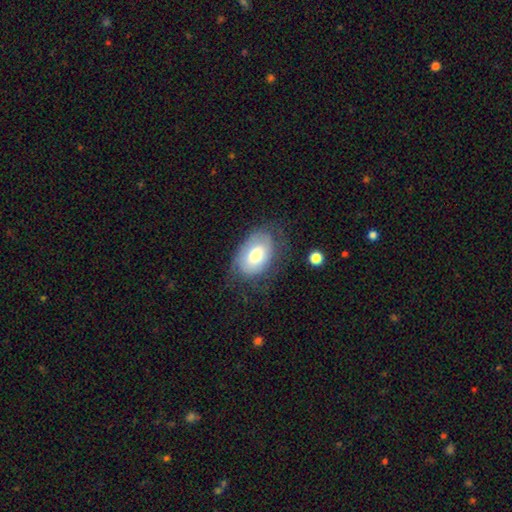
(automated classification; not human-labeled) Overall: smooth (56%; featured or disk 37%). How rounded: in between (87%). Merging: none (58%; minor disturbance 25%).